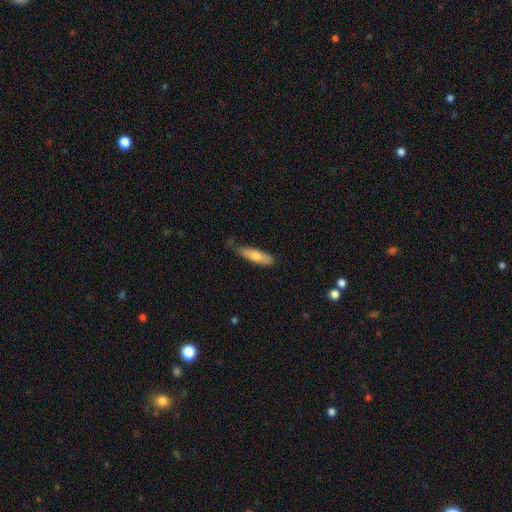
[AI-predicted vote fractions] Smooth or featured? Predicted: smooth (p=0.68). How rounded? Predicted: cigar-shaped (p=0.67). Merging? Predicted: none (p=0.72).